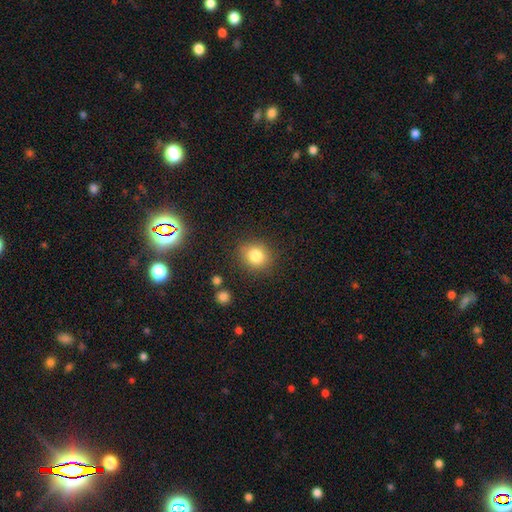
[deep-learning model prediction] This appears to be a smooth galaxy with no disk features (82%) that is round (81%). Merging: none (85%).